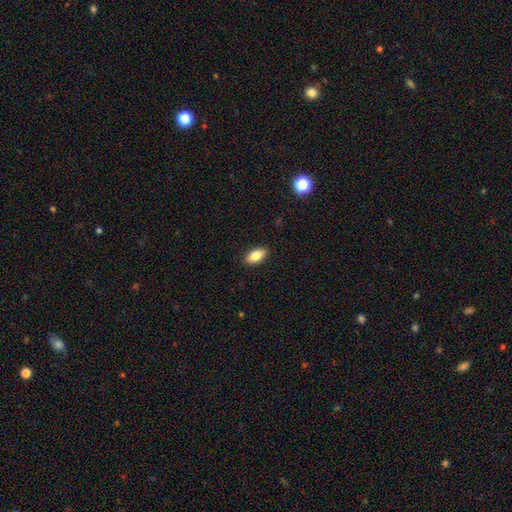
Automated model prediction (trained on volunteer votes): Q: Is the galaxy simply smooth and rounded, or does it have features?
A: smooth — 81%.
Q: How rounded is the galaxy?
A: in between — 90%.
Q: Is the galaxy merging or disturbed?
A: none — 90%.